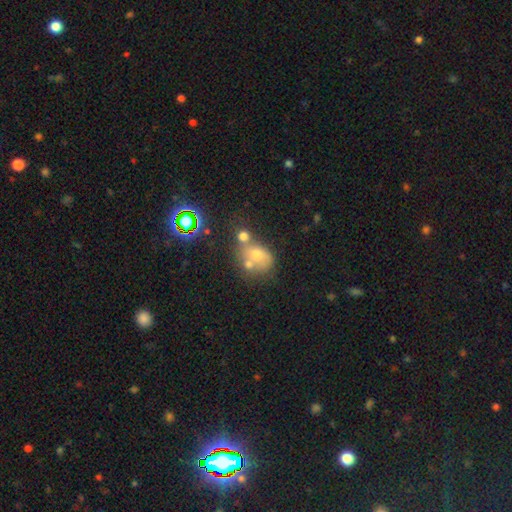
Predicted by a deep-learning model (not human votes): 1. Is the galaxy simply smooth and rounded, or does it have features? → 57% smooth, 26% featured or disk, 17% star or artifact.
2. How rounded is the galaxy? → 52% in between, 46% round, 1% cigar-shaped.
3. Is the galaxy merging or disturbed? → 44% merger, 26% none, 15% minor disturbance, 14% major disturbance.